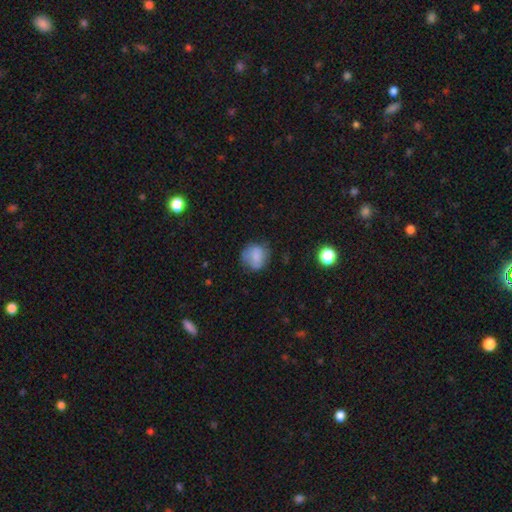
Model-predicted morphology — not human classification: smooth-or-featured: smooth: 75% | featured or disk: 15% | star or artifact: 10%
  how-rounded: round: 73% | in between: 26% | cigar-shaped: 1%
  merging: none: 66% | minor disturbance: 24% | major disturbance: 8% | merger: 2%